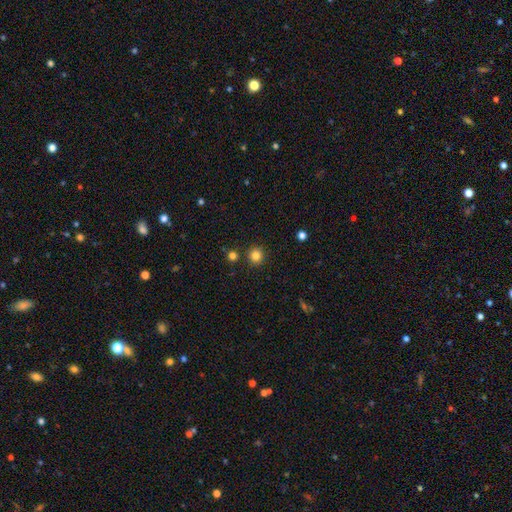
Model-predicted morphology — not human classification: Smooth or featured? smooth (83%)
How rounded? round (94%)
Merging? none (89%)